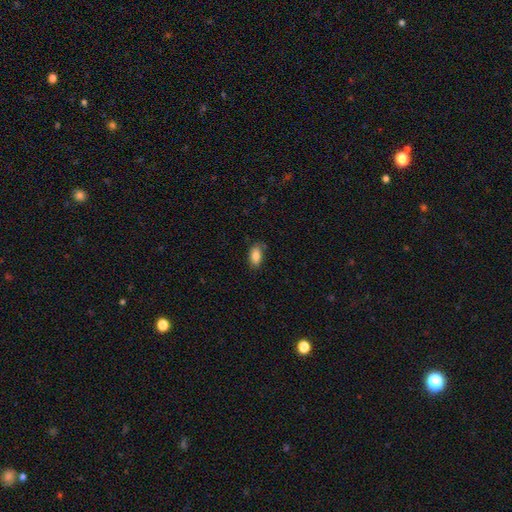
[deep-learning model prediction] smooth_or_featured: smooth (p=0.86) [alt: star or artifact p=0.07]
how_rounded: in between (p=0.91) [alt: cigar-shaped p=0.05]
merging: none (p=0.82) [alt: minor disturbance p=0.13]